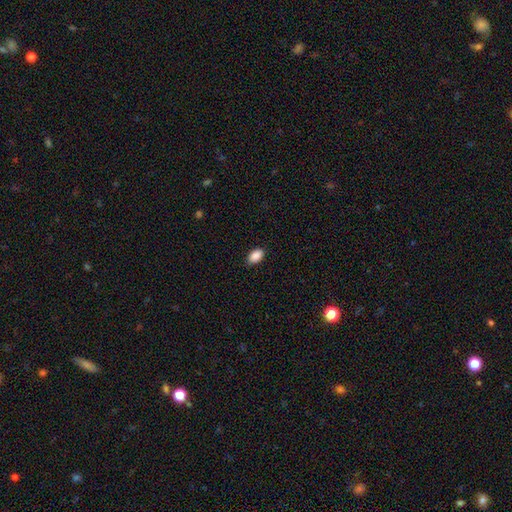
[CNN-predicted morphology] Smooth or featured? Predicted: smooth (p=0.90). How rounded? Predicted: in between (p=0.92). Merging? Predicted: none (p=0.88).